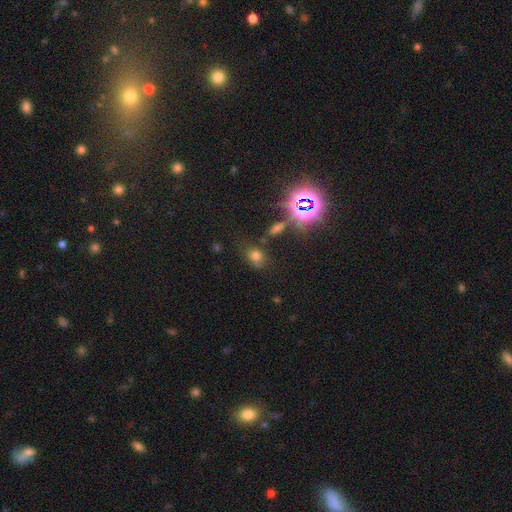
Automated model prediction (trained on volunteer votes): smooth_or_featured: smooth (p=0.62) [alt: star or artifact p=0.29]
how_rounded: in between (p=0.53) [alt: round p=0.44]
merging: none (p=0.68) [alt: minor disturbance p=0.17]